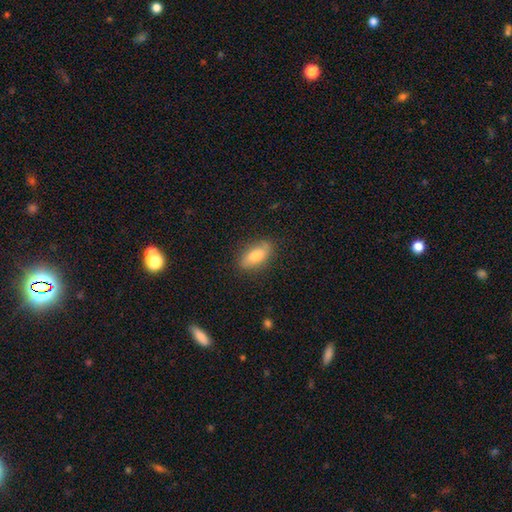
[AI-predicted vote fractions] A smooth galaxy with no disk features (76%) that is in between round and cigar-shaped (85%). Merging: none (82%).